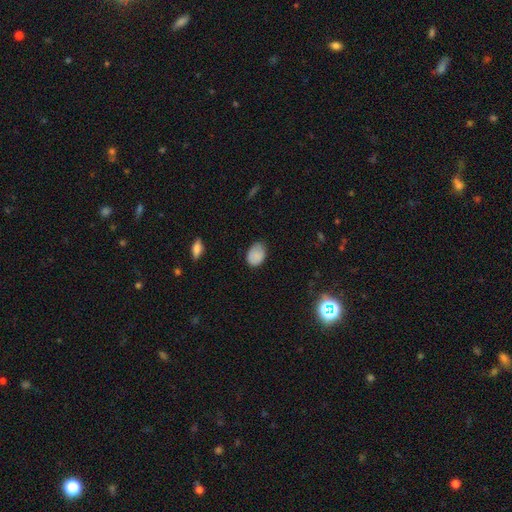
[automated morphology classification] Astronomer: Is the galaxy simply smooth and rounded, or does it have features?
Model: smooth — 85%.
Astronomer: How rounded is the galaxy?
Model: in between — 71%.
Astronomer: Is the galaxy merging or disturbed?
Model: none — 71%.